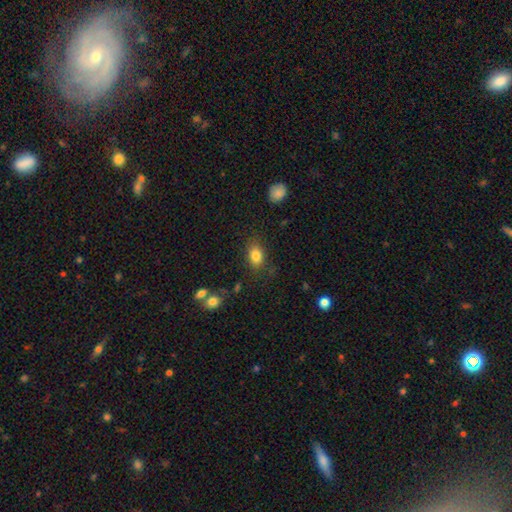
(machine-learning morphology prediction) A smooth galaxy with no disk features (84%) that is in between round and cigar-shaped (82%).

Vote fractions:
- Smooth or featured? smooth: 84% / star or artifact: 9% / featured or disk: 7%
- How rounded? in between: 82% / round: 16% / cigar-shaped: 2%
- Merging? none: 79% / minor disturbance: 15% / major disturbance: 5% / merger: 2%